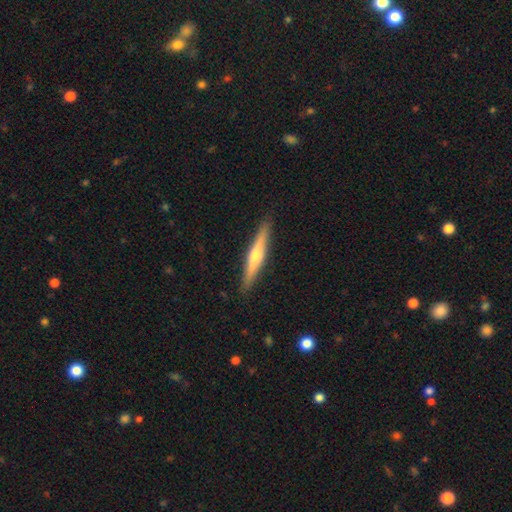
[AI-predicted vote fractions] Smooth or featured: featured or disk — 61% (smooth — 34%)
Edge-on disk: yes — 97% (no — 3%)
Edge-on bulge: rounded — 83% (none — 12%)
Merging: none — 91% (minor disturbance — 7%)